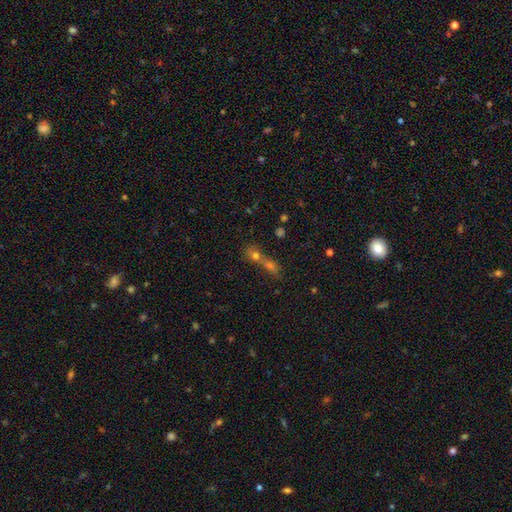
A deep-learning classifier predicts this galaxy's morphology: Smooth or featured? Predicted: smooth (p=0.62). How rounded? Predicted: round (p=0.56). Merging? Predicted: merger (p=0.67).